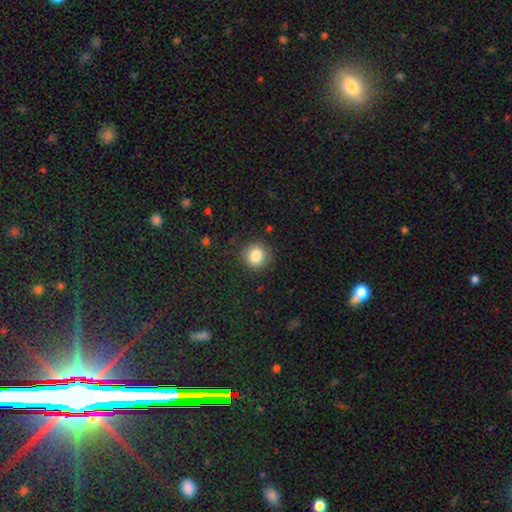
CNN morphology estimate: type=smooth (85%); roundness=round (90%); merging=none (88%).